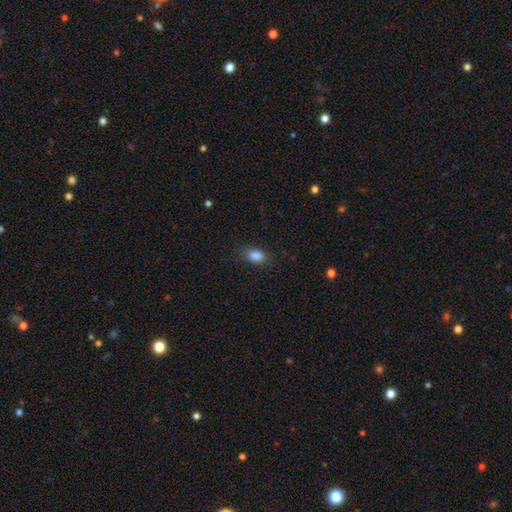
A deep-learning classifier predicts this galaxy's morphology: This appears to be a smooth galaxy with no disk features (86%) that is in between round and cigar-shaped (80%). Merging: none (83%).